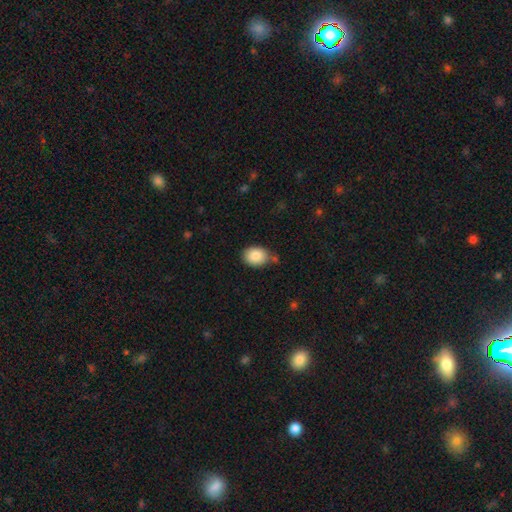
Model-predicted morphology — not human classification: Smooth or featured?
  - smooth: 87% *
  - star or artifact: 7%
  - featured or disk: 5%
How rounded?
  - in between: 64% *
  - round: 35%
  - cigar-shaped: 1%
Merging?
  - none: 71% *
  - minor disturbance: 20%
  - merger: 6%
  - major disturbance: 4%